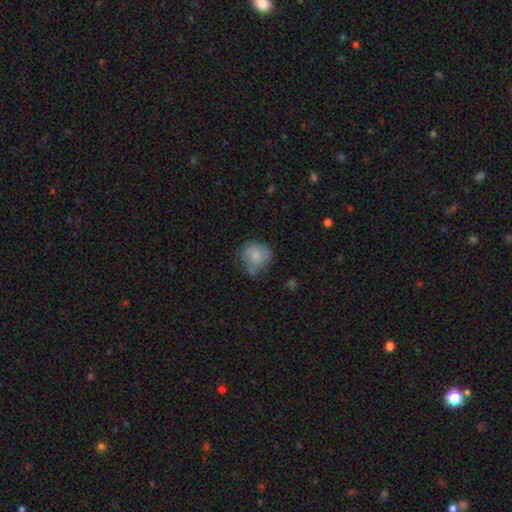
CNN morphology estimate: A smooth galaxy with no disk features (73%) that is round (80%). Merging: none (50%).